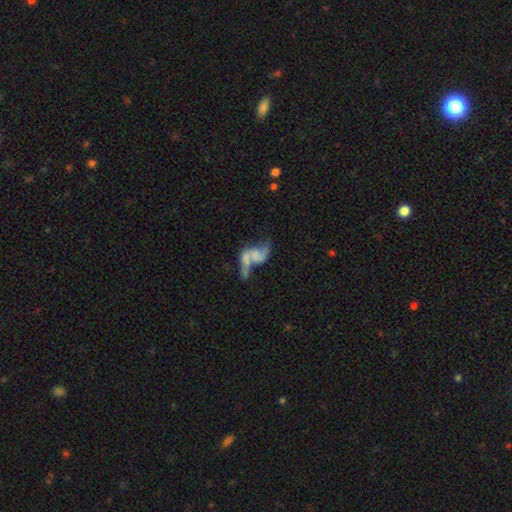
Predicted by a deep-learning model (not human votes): A featured or disk galaxy (67%) with no bar (60%), spiral arms (75%) and no central bulge (60%).

Vote fractions:
- Smooth or featured? featured or disk: 67% / smooth: 23% / star or artifact: 11%
- Edge-on disk? no: 96% / yes: 4%
- Bar? no: 60% / weak: 28% / strong: 12%
- Spiral arms? yes: 75% / no: 25%
- Bulge size? none: 60% / small: 23% / moderate: 11% / large: 4% / dominant: 2%
- Merging? merger: 40% / none: 24% / major disturbance: 23% / minor disturbance: 13%